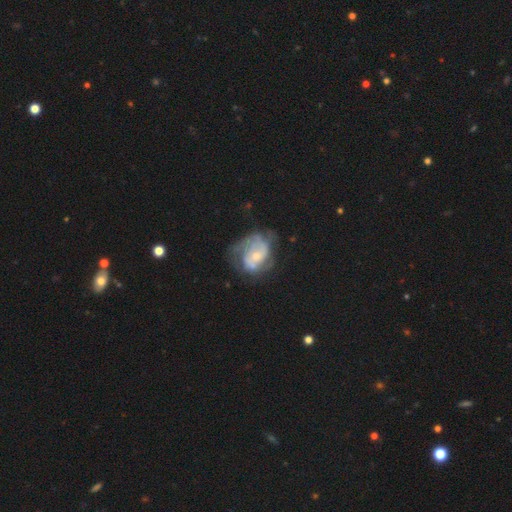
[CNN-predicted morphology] Smooth or featured: featured or disk — 74% (smooth — 19%)
Edge-on disk: no — 97% (yes — 3%)
Bar: no — 66% (weak — 28%)
Spiral arms: yes — 82% (no — 18%)
Spiral winding: medium — 41% (tied with tight — 41%)
Spiral arm count: 2 — 42% (can't tell — 31%)
Bulge size: small — 54% (moderate — 40%)
Merging: none — 49% (minor disturbance — 26%)